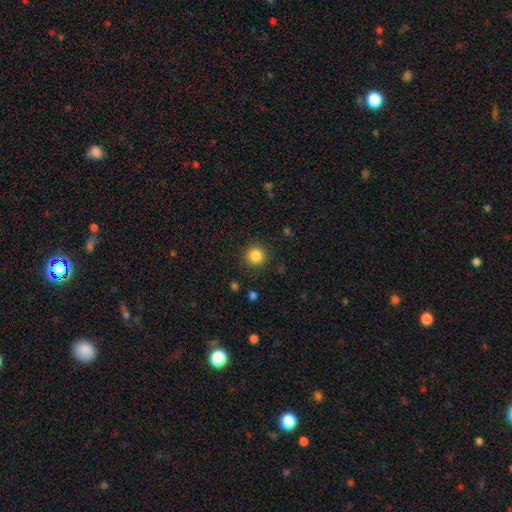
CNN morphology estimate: A smooth galaxy with no disk features (85%) that is round (94%).

Vote fractions:
- Smooth or featured? smooth: 85% / star or artifact: 11% / featured or disk: 4%
- How rounded? round: 94% / in between: 5% / cigar-shaped: 1%
- Merging? none: 90% / minor disturbance: 7% / major disturbance: 3% / merger: 1%